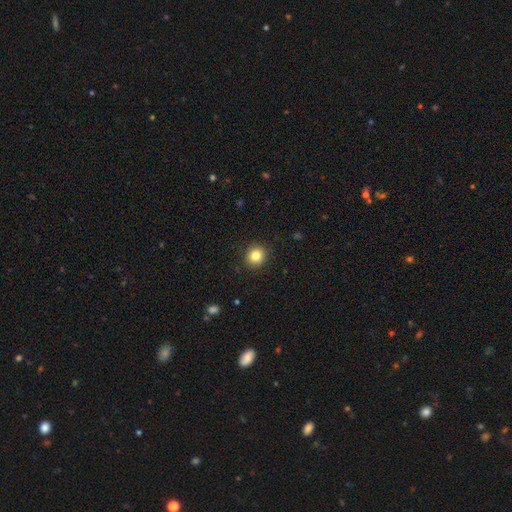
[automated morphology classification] A smooth galaxy with no disk features (83%) that is round (88%).

Vote fractions:
- Smooth or featured? smooth: 83% / star or artifact: 11% / featured or disk: 6%
- How rounded? round: 88% / in between: 11% / cigar-shaped: 1%
- Merging? none: 90% / minor disturbance: 7% / major disturbance: 2% / merger: 1%